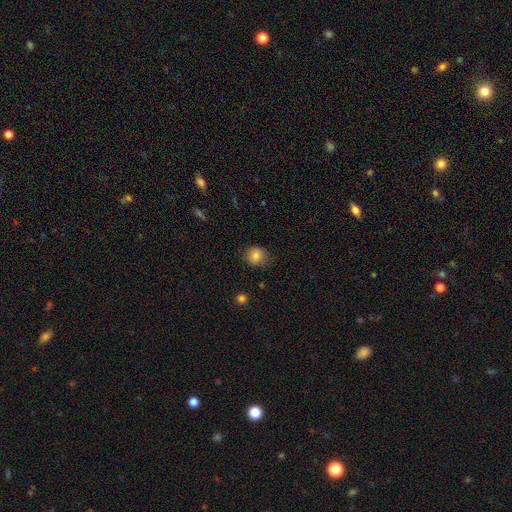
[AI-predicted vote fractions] This appears to be a smooth galaxy with no disk features (82%) that is round (82%). Merging: none (82%).